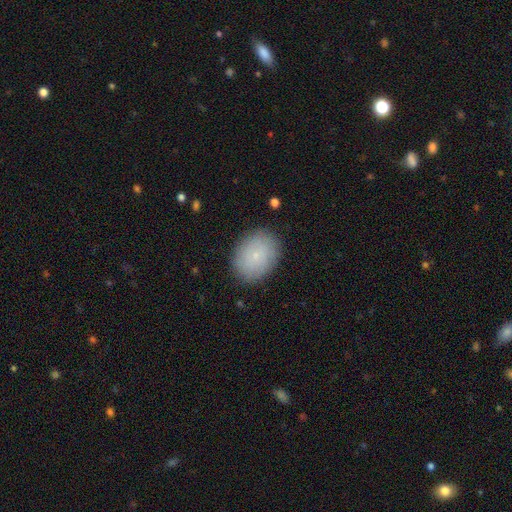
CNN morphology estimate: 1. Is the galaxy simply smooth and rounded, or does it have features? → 78% smooth, 15% featured or disk, 8% star or artifact.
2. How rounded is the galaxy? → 70% in between, 29% round, 1% cigar-shaped.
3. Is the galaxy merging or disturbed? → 86% none, 10% minor disturbance, 3% major disturbance, 1% merger.